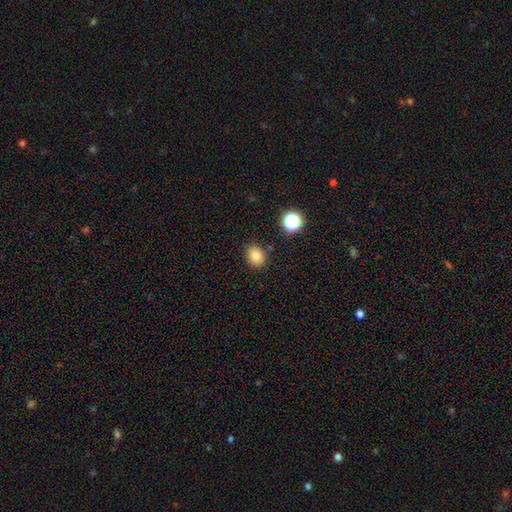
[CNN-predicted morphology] Smooth or featured? Predicted: smooth (p=0.81). How rounded? Predicted: round (p=0.54). Merging? Predicted: none (p=0.85).